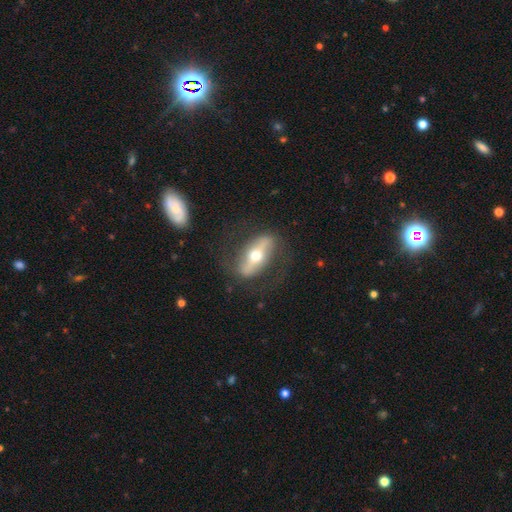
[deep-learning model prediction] Smooth or featured: featured or disk — 68% (smooth — 26%)
Edge-on disk: no — 64% (yes — 36%)
Merging: none — 76% (minor disturbance — 13%)